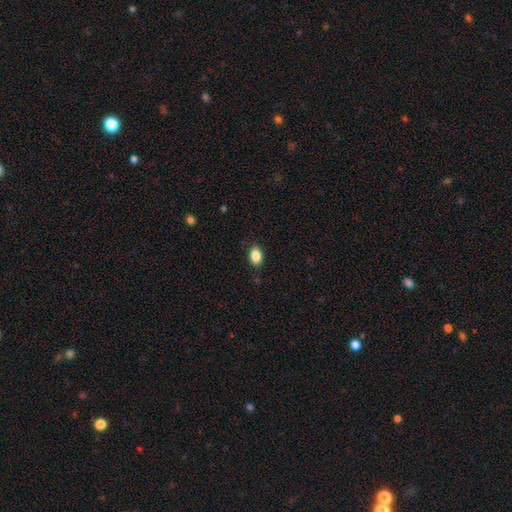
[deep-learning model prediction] The model was most divided on "how rounded": in between: 84%, round: 15%, cigar-shaped: 1%. More confident: smooth or featured — smooth (87%); merging — none (86%).